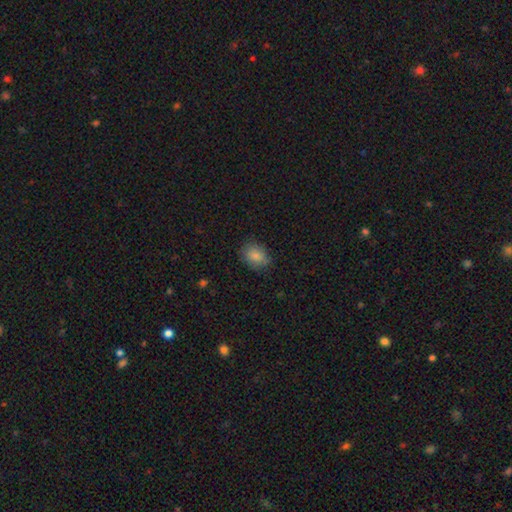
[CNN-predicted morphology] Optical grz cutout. It shows a smooth galaxy with no disk features (84%) that is in between round and cigar-shaped (60%). Merging: none (81%).